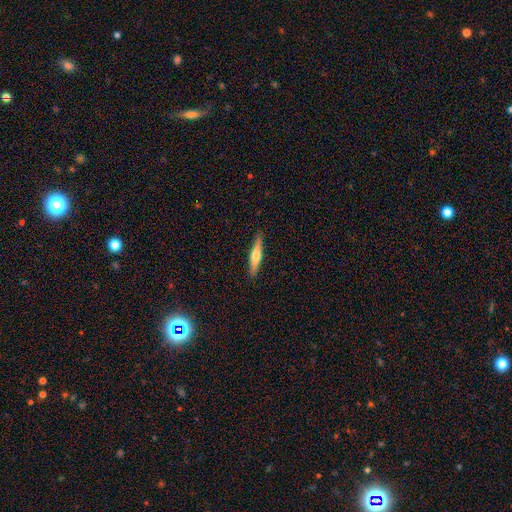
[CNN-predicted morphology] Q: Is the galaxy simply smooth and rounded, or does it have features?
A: smooth — 51%.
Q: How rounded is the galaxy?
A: cigar-shaped — 88%.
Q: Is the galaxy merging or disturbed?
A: none — 90%.